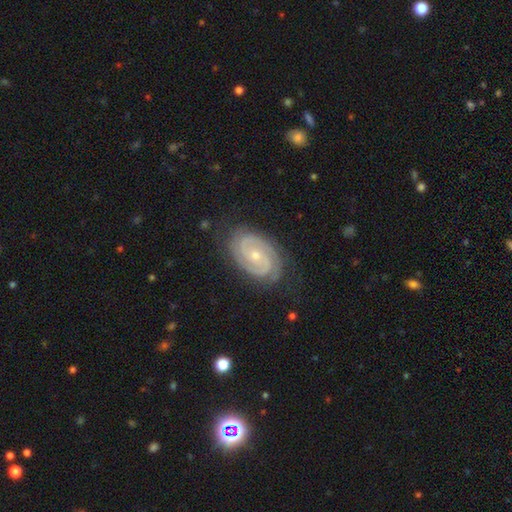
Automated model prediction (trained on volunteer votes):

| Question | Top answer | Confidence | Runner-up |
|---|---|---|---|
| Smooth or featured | featured or disk | 90% | smooth (5%) |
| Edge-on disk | no | 97% | yes (3%) |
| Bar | no | 63% | weak (28%) |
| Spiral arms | yes | 98% | no (2%) |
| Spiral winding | tight | 70% | medium (26%) |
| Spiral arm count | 2 | 81% | 3 (9%) |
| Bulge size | small | 64% | moderate (33%) |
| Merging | none | 81% | minor disturbance (14%) |